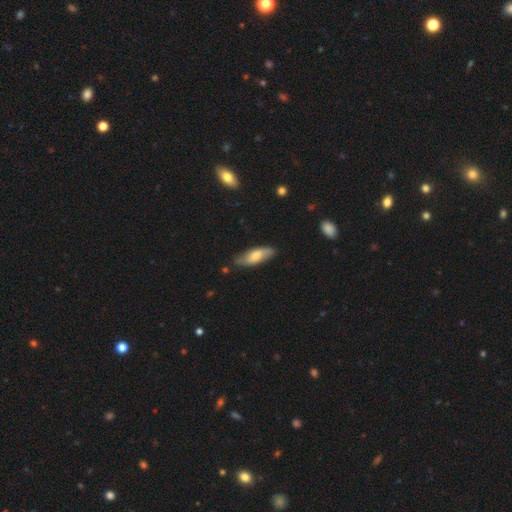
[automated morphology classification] Q: Smooth or featured?
A: smooth (54%); runner-up: featured or disk (40%)
Q: How rounded?
A: in between (64%); runner-up: cigar-shaped (34%)
Q: Merging?
A: none (76%); runner-up: minor disturbance (19%)